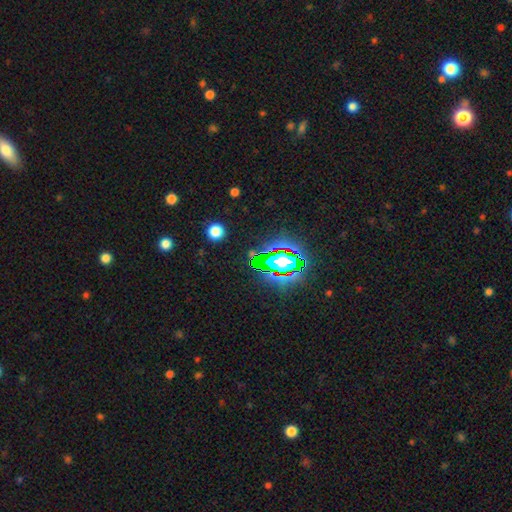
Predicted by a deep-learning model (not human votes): smooth_or_featured: star or artifact (p=0.73) [alt: smooth p=0.17]